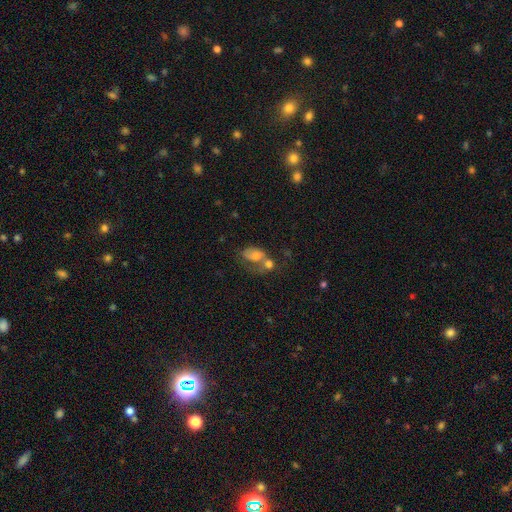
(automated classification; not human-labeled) Overall: smooth (54%; featured or disk 36%). How rounded: in between (77%). Merging: merger (55%; none 17%).